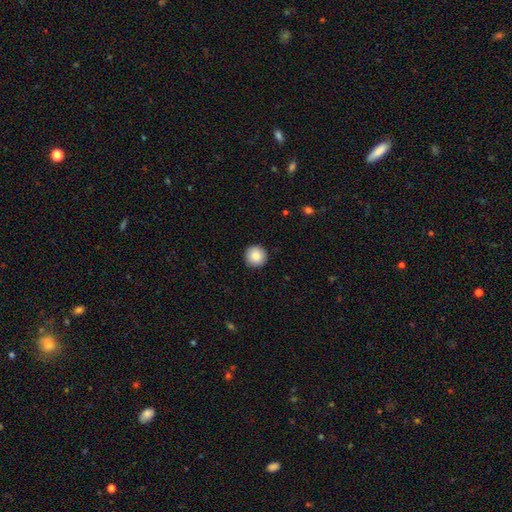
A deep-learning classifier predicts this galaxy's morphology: smooth_or_featured: smooth (p=0.87) [alt: star or artifact p=0.08]
how_rounded: round (p=0.96) [alt: in between p=0.03]
merging: none (p=0.92) [alt: minor disturbance p=0.05]